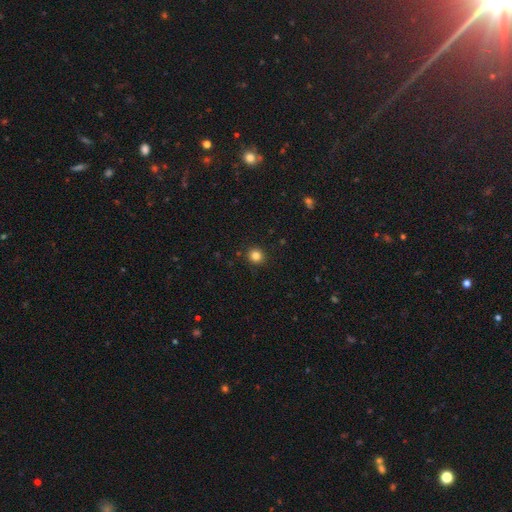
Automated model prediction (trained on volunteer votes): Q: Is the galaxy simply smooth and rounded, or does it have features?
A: smooth — 84%.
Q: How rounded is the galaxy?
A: round — 89%.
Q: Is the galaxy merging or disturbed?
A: none — 91%.